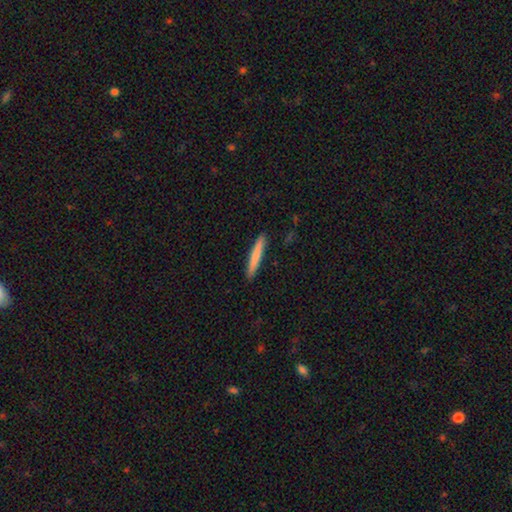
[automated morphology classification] smooth-or-featured: smooth: 73% | featured or disk: 22% | star or artifact: 5%
  how-rounded: cigar-shaped: 95% | in between: 3% | round: 1%
  merging: none: 91% | minor disturbance: 6% | major disturbance: 1% | merger: 1%